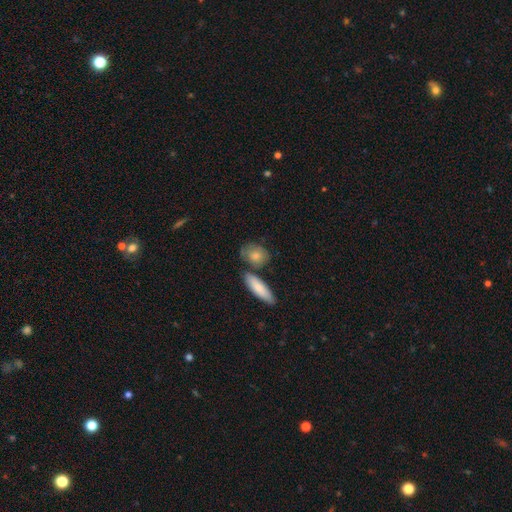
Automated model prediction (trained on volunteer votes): smooth_or_featured: smooth (p=0.79) [alt: featured or disk p=0.15]
how_rounded: in between (p=0.61) [alt: round p=0.31]
merging: none (p=0.61) [alt: minor disturbance p=0.19]